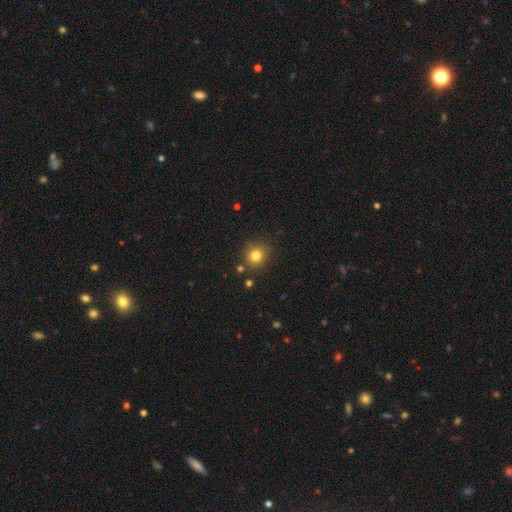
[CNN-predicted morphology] Overall: smooth (80%). How rounded: round (89%). Merging: none (82%).